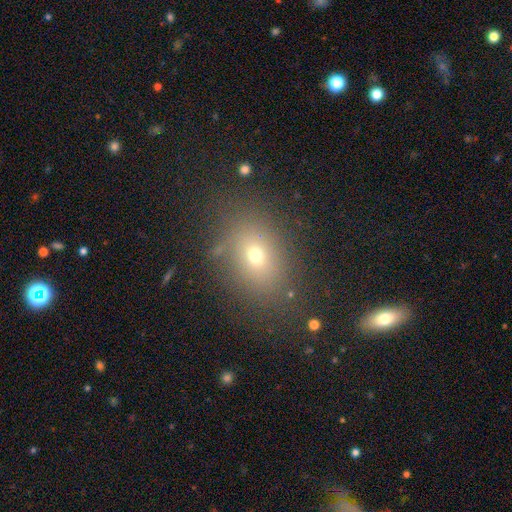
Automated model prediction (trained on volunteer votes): This is likely a smooth galaxy (64%). How rounded: likely in between (65%). Merging: likely none (80%).